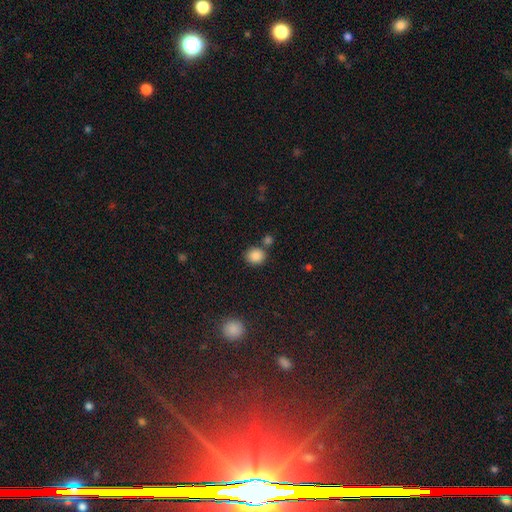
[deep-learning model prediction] Smooth or featured? Predicted: smooth (p=0.86). How rounded? Predicted: round (p=0.80). Merging? Predicted: none (p=0.72).